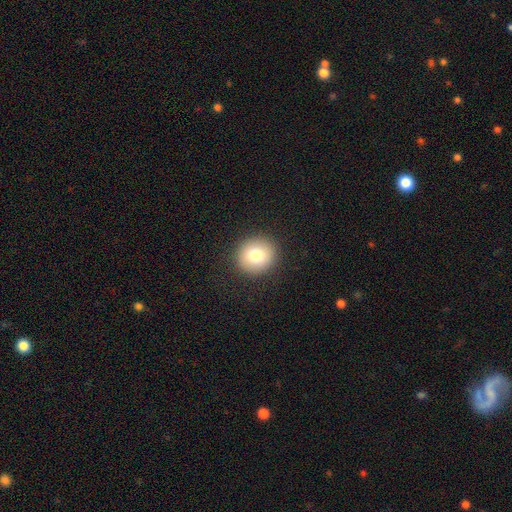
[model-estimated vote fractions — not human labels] smooth_or_featured: smooth (p=0.78) [alt: featured or disk p=0.12]
how_rounded: round (p=0.89) [alt: in between p=0.10]
merging: none (p=0.92) [alt: minor disturbance p=0.05]